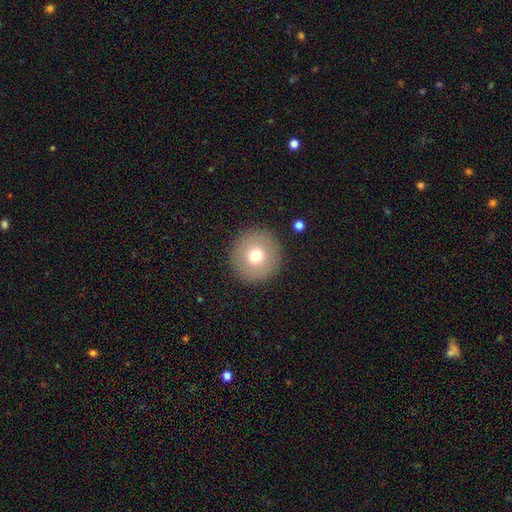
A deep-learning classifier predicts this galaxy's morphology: A smooth galaxy with no disk features (70%) that is round (95%).

Vote fractions:
- Smooth or featured? smooth: 70% / featured or disk: 20% / star or artifact: 10%
- How rounded? round: 95% / in between: 4% / cigar-shaped: 1%
- Merging? none: 90% / minor disturbance: 6% / major disturbance: 3% / merger: 1%